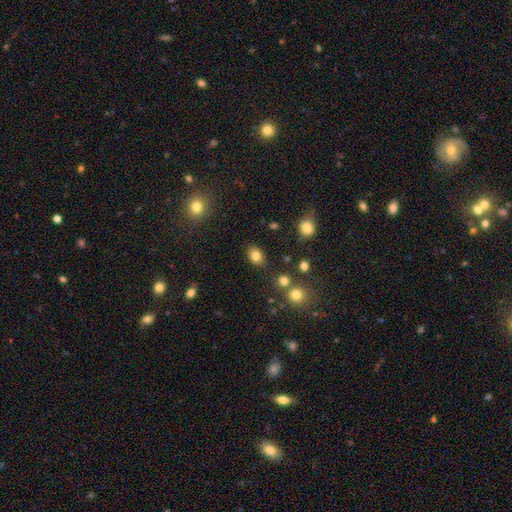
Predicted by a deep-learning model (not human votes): Smooth or featured?
  - smooth: 82% *
  - star or artifact: 11%
  - featured or disk: 8%
How rounded?
  - in between: 71% *
  - round: 28%
  - cigar-shaped: 1%
Merging?
  - none: 84% *
  - minor disturbance: 10%
  - merger: 3%
  - major disturbance: 3%